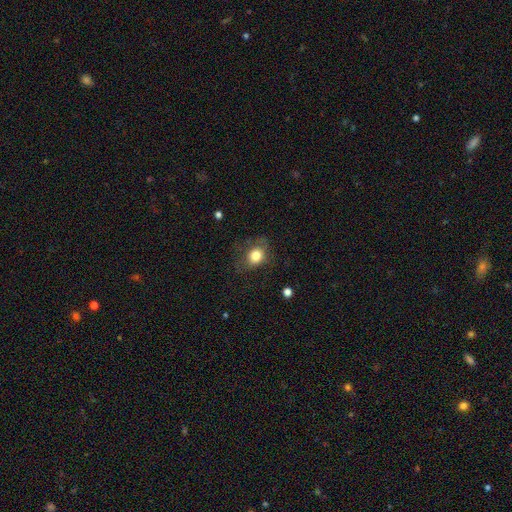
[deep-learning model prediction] Smooth or featured? smooth (79%)
How rounded? round (51%)
Merging? none (63%)